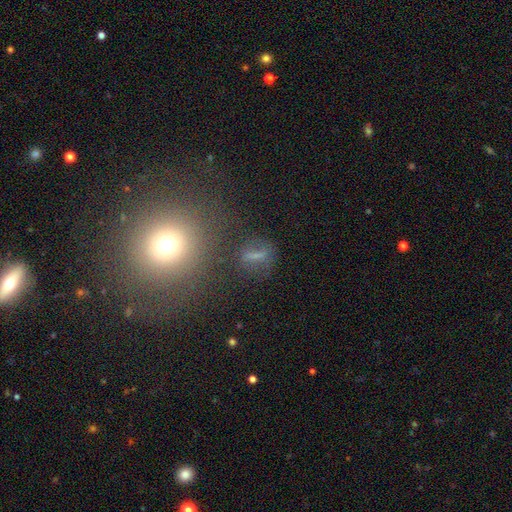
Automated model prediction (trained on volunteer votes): Smooth or featured: smooth — 50% (featured or disk — 27%)
Merging: none — 69% (minor disturbance — 15%)